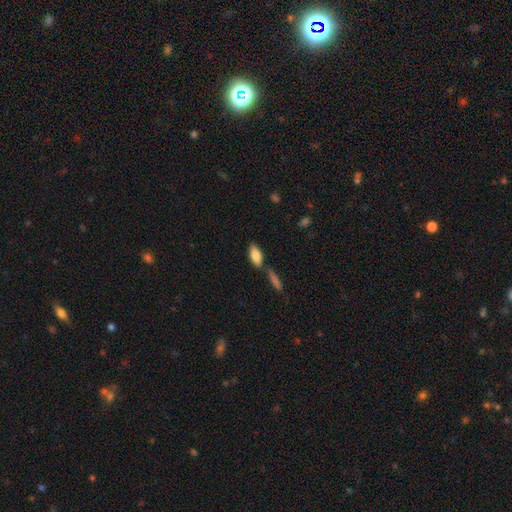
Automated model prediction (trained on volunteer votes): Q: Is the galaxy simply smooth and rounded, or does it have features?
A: smooth — 83%.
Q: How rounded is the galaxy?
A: in between — 84%.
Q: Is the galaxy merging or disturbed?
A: none — 62%.